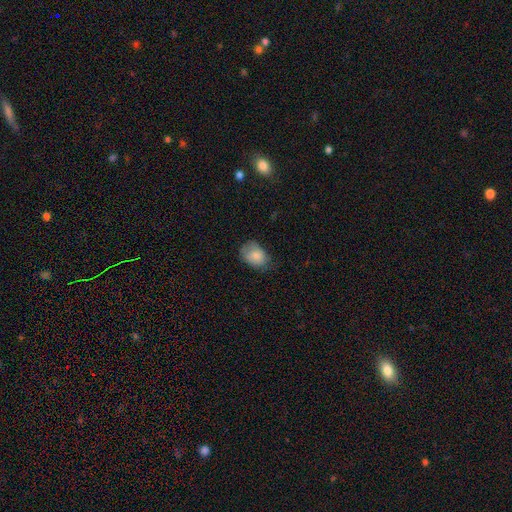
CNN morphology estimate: Smooth or featured? smooth (80%)
How rounded? in between (73%)
Merging? none (54%)